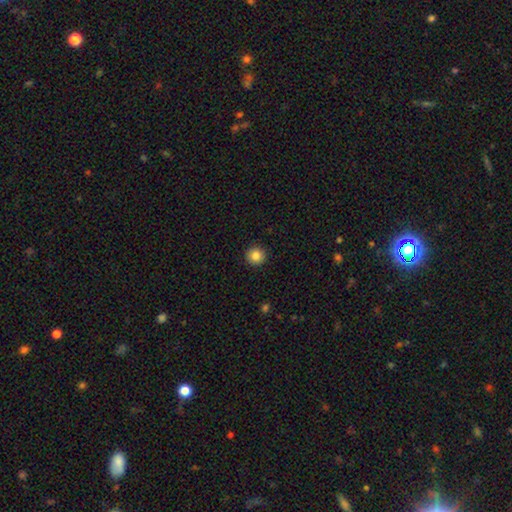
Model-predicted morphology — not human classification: smooth_or_featured: smooth (p=0.86) [alt: star or artifact p=0.10]
how_rounded: round (p=0.93) [alt: in between p=0.06]
merging: none (p=0.93) [alt: minor disturbance p=0.05]